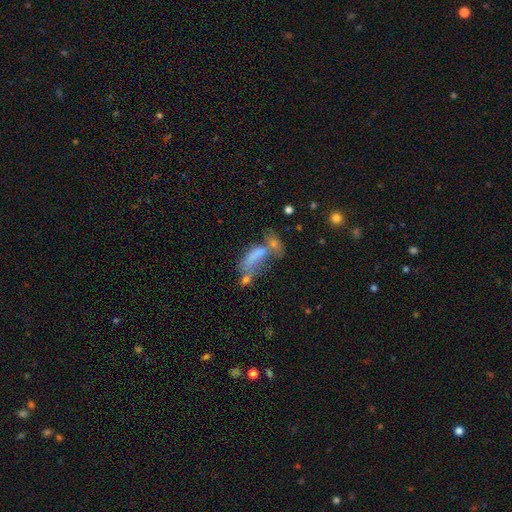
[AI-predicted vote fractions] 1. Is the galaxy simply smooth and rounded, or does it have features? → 56% smooth, 30% featured or disk, 14% star or artifact.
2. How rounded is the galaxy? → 65% in between, 31% cigar-shaped, 4% round.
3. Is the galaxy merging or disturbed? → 49% merger, 21% major disturbance, 18% none, 12% minor disturbance.